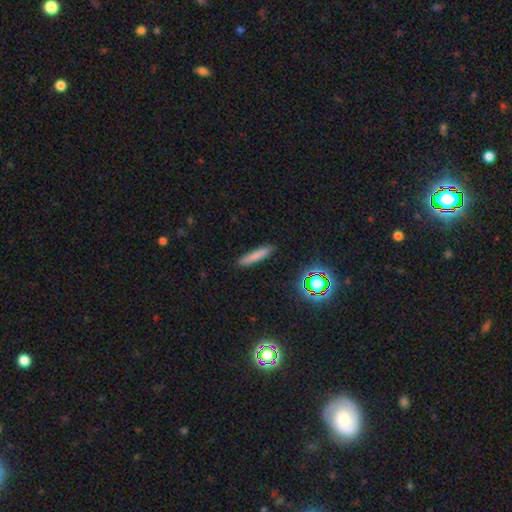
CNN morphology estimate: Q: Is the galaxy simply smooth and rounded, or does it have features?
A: smooth — 75%.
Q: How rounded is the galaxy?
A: cigar-shaped — 89%.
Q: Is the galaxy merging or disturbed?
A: none — 88%.